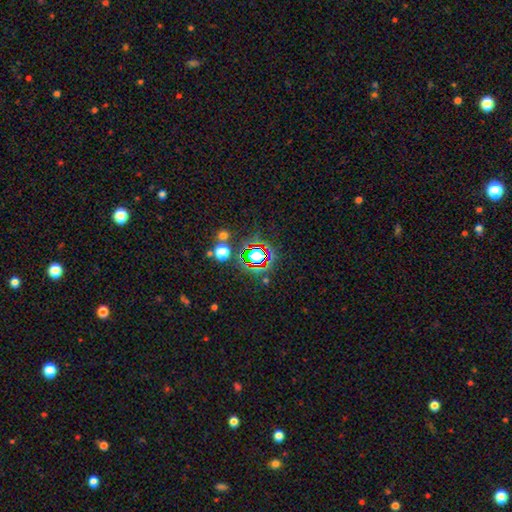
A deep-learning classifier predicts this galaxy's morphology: Smooth or featured: star or artifact — 61% (smooth — 27%)